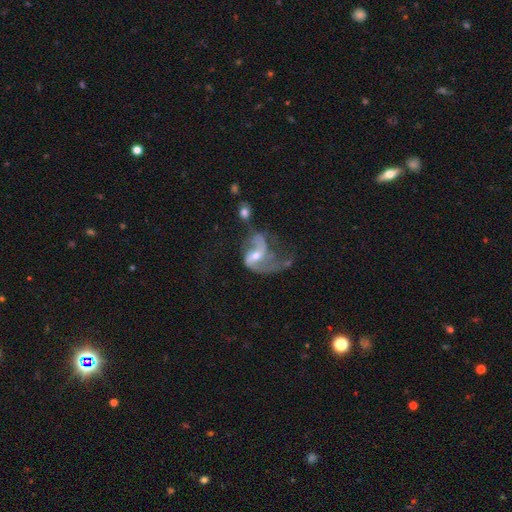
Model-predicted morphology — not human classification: A featured or disk galaxy (81%) with a weak bar (40%, tied with no), 2 (68%) loose (62%) spiral arms (88%) and a moderate central bulge (57%). Merging: major disturbance (42%).